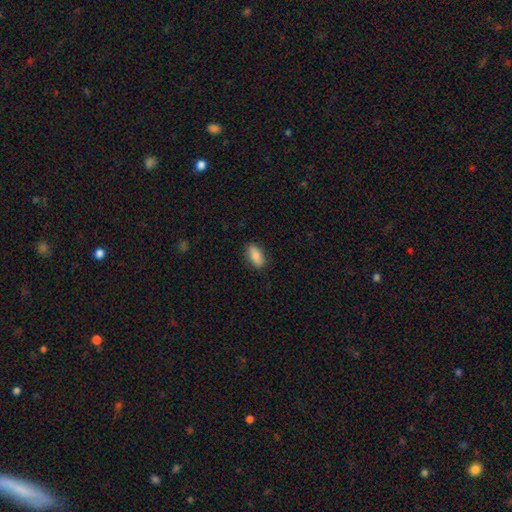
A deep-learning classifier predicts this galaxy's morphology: smooth 86%, featured or disk 7%, star or artifact 7%. Down the decision tree: how rounded — in between (90%); merging — none (87%).